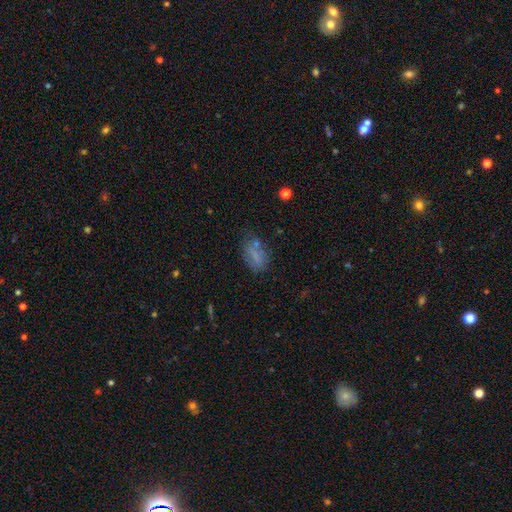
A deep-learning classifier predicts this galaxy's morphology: A smooth galaxy with no disk features (67%) that is in between round and cigar-shaped (83%).

Vote fractions:
- Smooth or featured? smooth: 67% / featured or disk: 19% / star or artifact: 14%
- How rounded? in between: 83% / round: 12% / cigar-shaped: 4%
- Merging? none: 56% / minor disturbance: 25% / major disturbance: 13% / merger: 7%